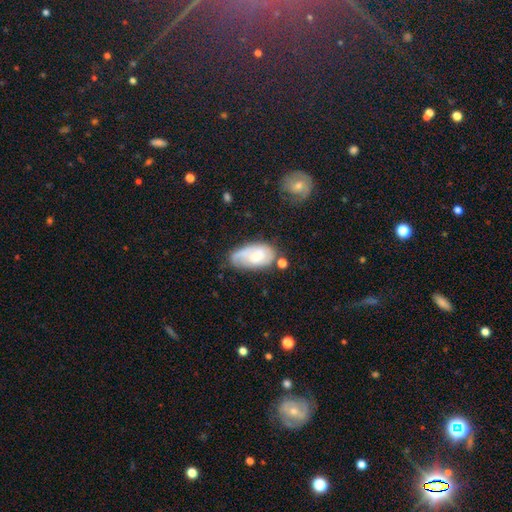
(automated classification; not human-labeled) featured or disk 50%, smooth 43%, star or artifact 7%. Down the decision tree: edge-on disk — no (94%); merging — none (50%).